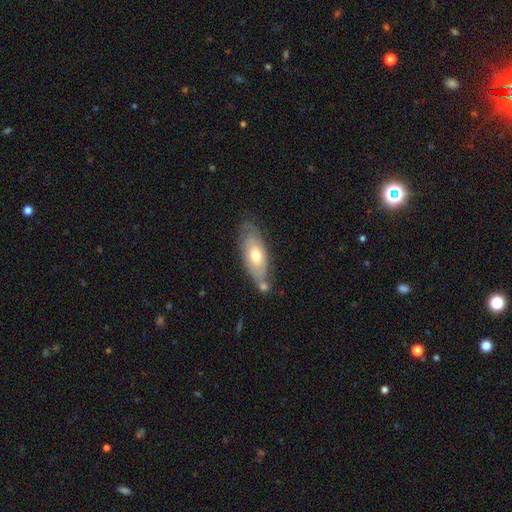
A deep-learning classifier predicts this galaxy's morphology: type=smooth (48%); merging=none (56%).